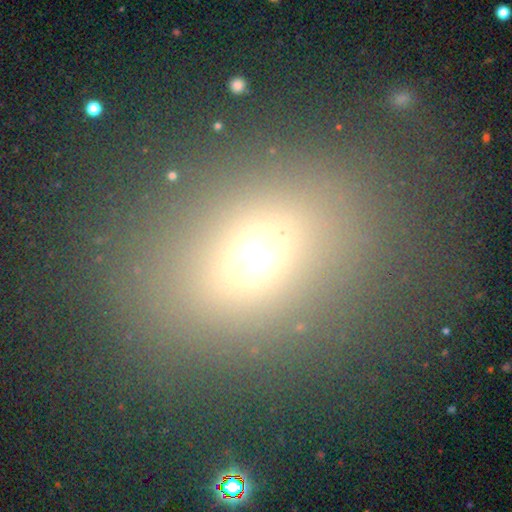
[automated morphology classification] Q: Smooth or featured?
A: smooth (62%); runner-up: star or artifact (23%)
Q: How rounded?
A: in between (54%); runner-up: round (42%)
Q: Merging?
A: none (73%); runner-up: minor disturbance (12%)